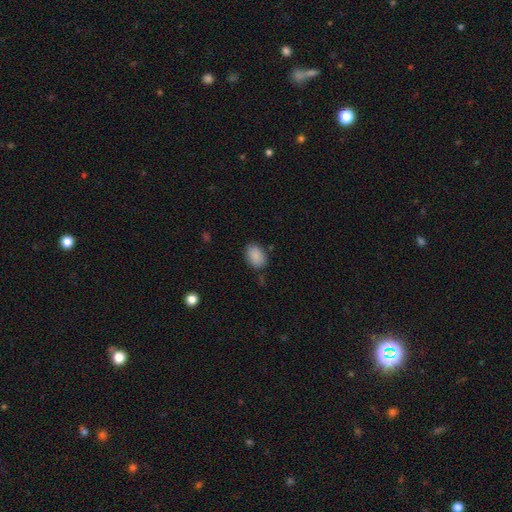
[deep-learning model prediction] Smooth or featured: smooth — 88% (star or artifact — 7%)
How rounded: in between — 82% (round — 17%)
Merging: none — 80% (minor disturbance — 14%)